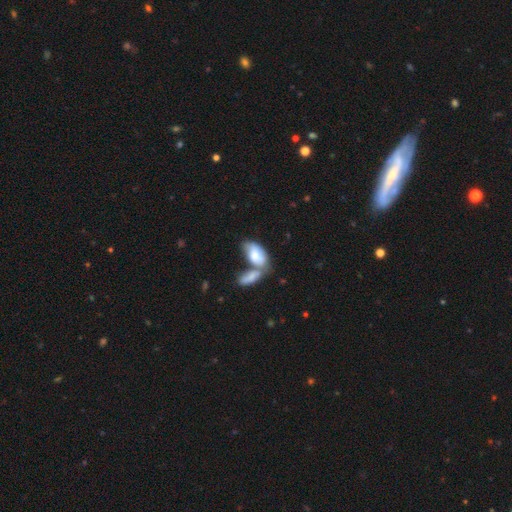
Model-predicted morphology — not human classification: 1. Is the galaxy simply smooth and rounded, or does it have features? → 72% smooth, 22% featured or disk, 6% star or artifact.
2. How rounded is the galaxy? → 93% in between, 4% cigar-shaped, 3% round.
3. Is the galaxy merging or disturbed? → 63% merger, 19% none, 11% minor disturbance, 7% major disturbance.